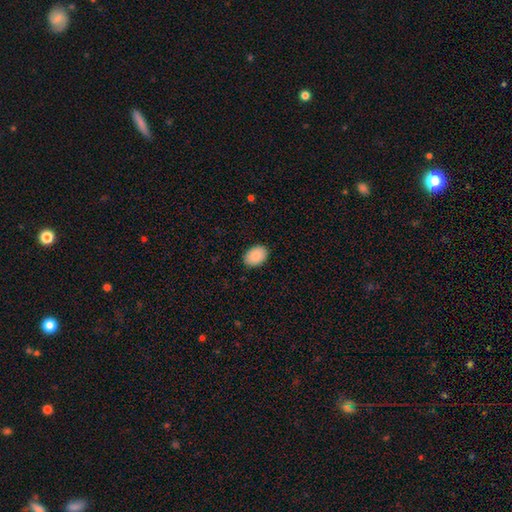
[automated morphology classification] A smooth galaxy with no disk features (91%) that is in between round and cigar-shaped (82%). Merging: none (89%).